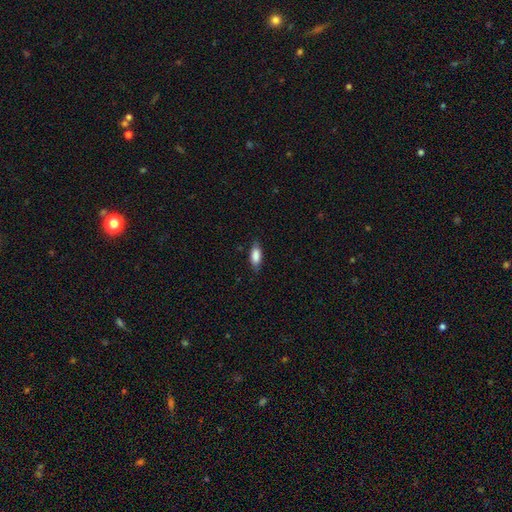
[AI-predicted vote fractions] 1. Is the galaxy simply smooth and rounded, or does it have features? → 84% smooth, 9% featured or disk, 7% star or artifact.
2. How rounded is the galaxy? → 79% in between, 18% cigar-shaped, 2% round.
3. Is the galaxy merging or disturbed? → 79% none, 17% minor disturbance, 3% major disturbance, 1% merger.